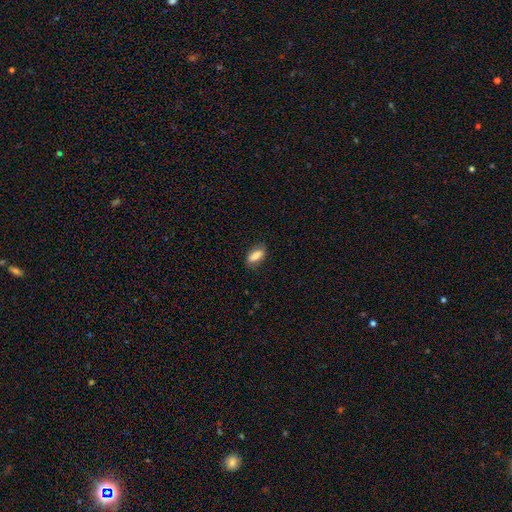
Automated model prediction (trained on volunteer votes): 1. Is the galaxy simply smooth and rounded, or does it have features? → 78% smooth, 15% featured or disk, 7% star or artifact.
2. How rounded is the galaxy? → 79% in between, 17% cigar-shaped, 3% round.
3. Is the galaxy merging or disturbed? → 80% none, 15% minor disturbance, 3% major disturbance, 1% merger.